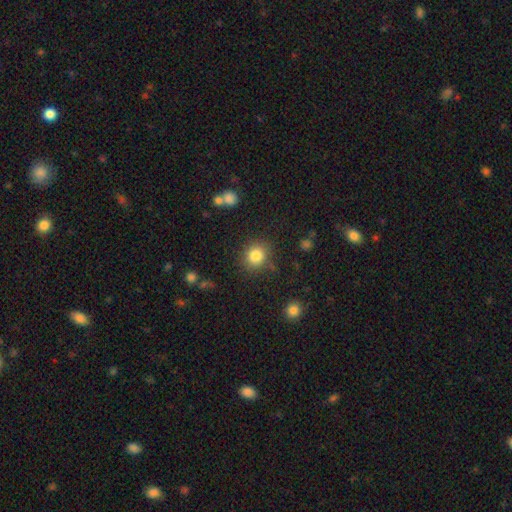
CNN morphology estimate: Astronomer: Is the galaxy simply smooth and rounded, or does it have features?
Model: smooth — 83%.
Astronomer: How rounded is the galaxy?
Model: round — 82%.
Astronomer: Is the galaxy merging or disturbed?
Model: none — 83%.